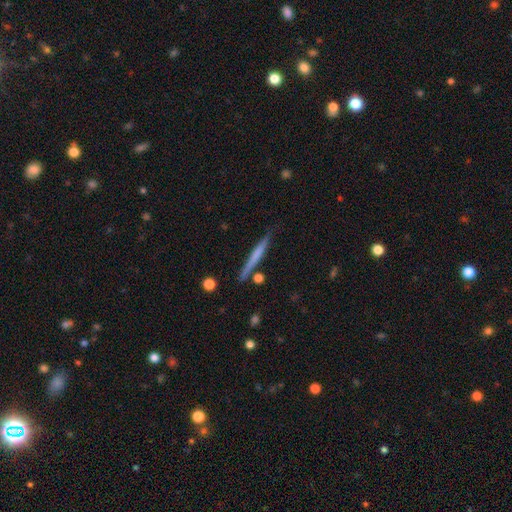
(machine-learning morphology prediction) type=smooth (51%); roundness=cigar-shaped (96%); merging=none (84%).